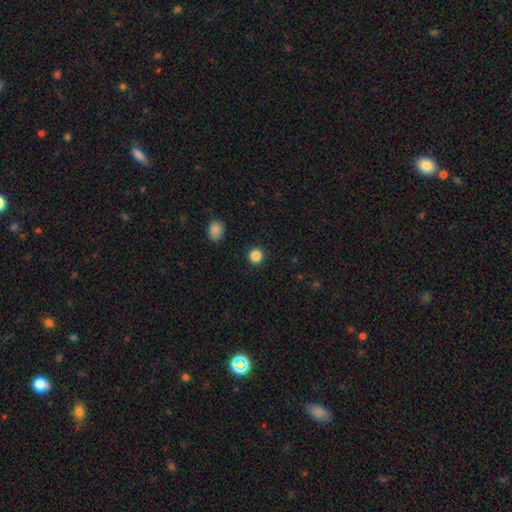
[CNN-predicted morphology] This appears to be a smooth galaxy with no disk features (86%) that is round (93%). Merging: none (92%).